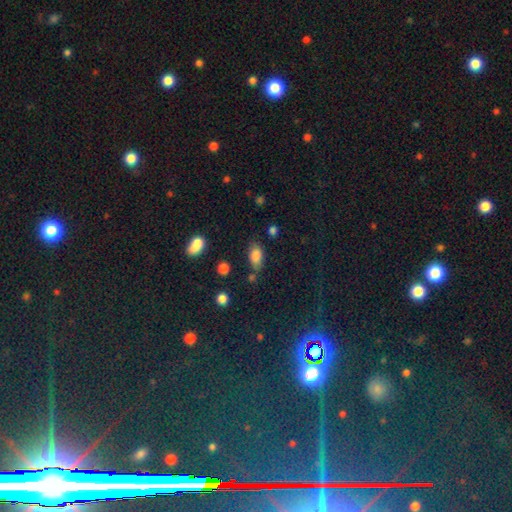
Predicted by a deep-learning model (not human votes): smooth-or-featured: smooth: 82% | star or artifact: 10% | featured or disk: 8%
  how-rounded: in between: 88% | round: 7% | cigar-shaped: 5%
  merging: none: 67% | minor disturbance: 21% | merger: 7% | major disturbance: 5%